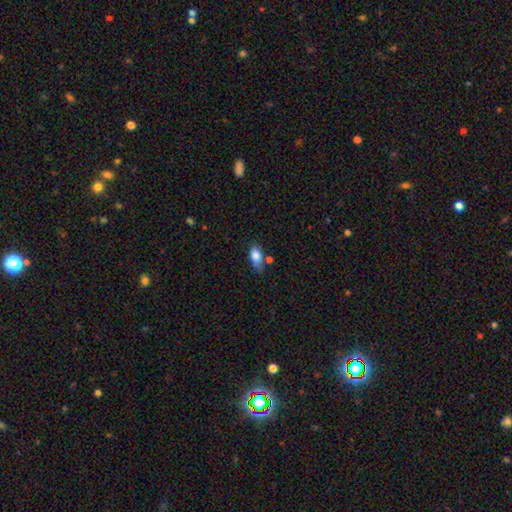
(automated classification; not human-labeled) Q: Smooth or featured?
A: smooth (82%); runner-up: featured or disk (10%)
Q: How rounded?
A: in between (87%); runner-up: cigar-shaped (7%)
Q: Merging?
A: none (52%); runner-up: minor disturbance (30%)